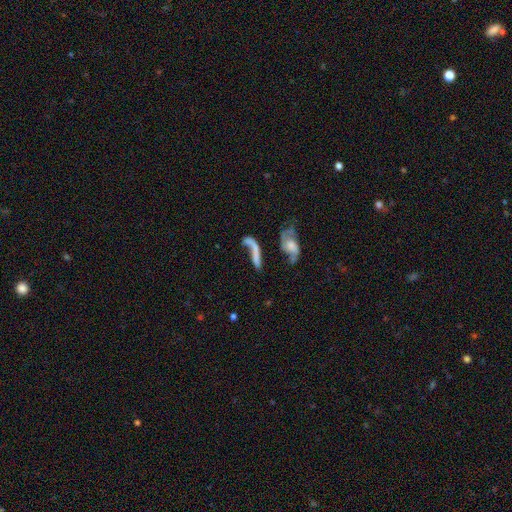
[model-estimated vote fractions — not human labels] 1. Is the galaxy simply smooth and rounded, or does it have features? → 48% featured or disk, 38% smooth, 14% star or artifact.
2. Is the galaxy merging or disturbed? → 32% merger, 30% none, 24% major disturbance, 14% minor disturbance.